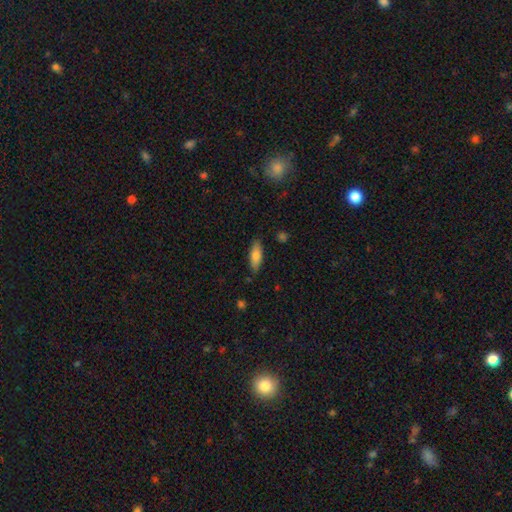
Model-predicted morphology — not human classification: smooth 78%, featured or disk 16%, star or artifact 6%. Down the decision tree: how rounded — in between (62%); merging — none (84%).